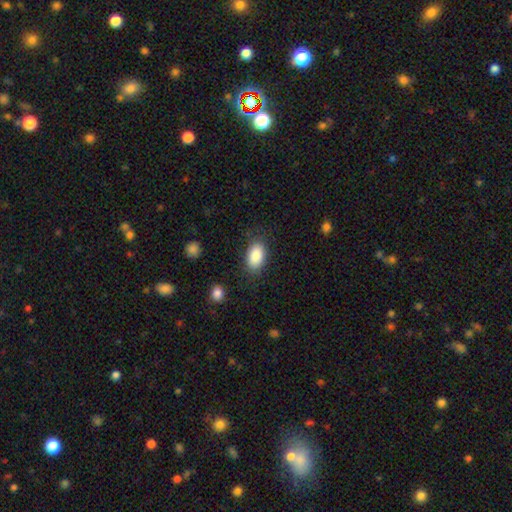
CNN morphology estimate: smooth 89%, star or artifact 7%, featured or disk 5%. Down the decision tree: how rounded — in between (92%); merging — none (81%).